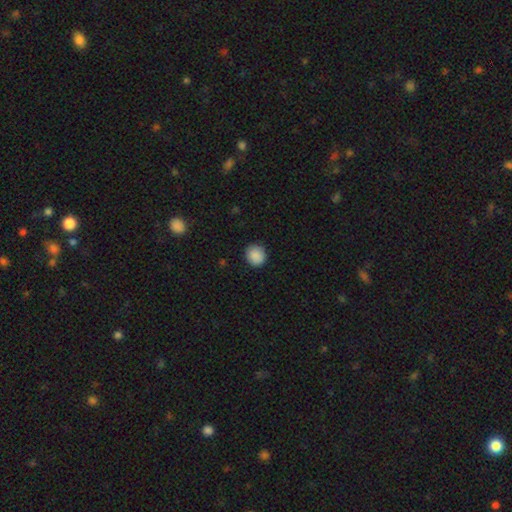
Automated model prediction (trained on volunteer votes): A smooth galaxy with no disk features (89%) that is round (89%).

Vote fractions:
- Smooth or featured? smooth: 89% / star or artifact: 8% / featured or disk: 3%
- How rounded? round: 89% / in between: 10% / cigar-shaped: 1%
- Merging? none: 89% / minor disturbance: 8% / major disturbance: 2% / merger: 1%